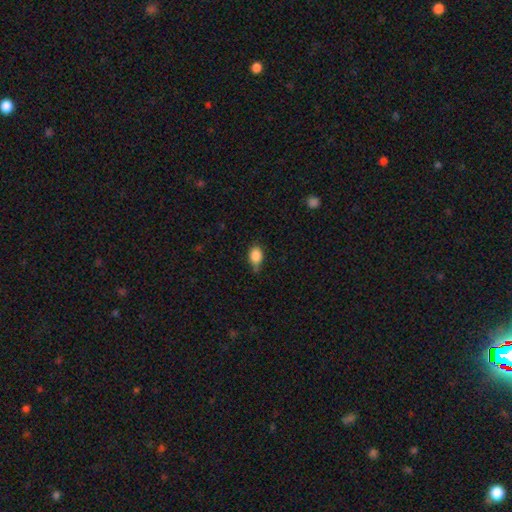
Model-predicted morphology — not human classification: smooth 87%, star or artifact 8%, featured or disk 5%. Down the decision tree: how rounded — in between (75%); merging — none (60%).